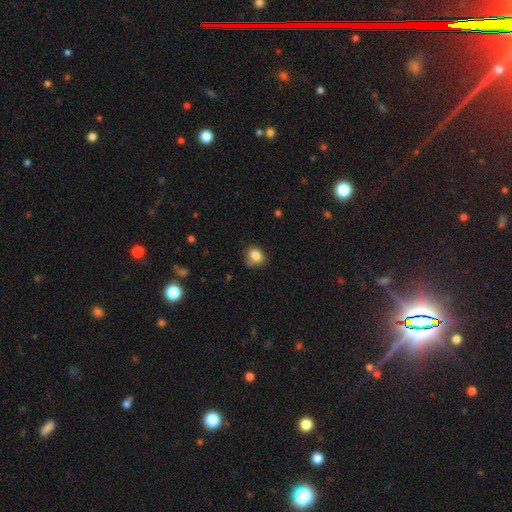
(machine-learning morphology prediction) Smooth or featured: smooth — 83% (star or artifact — 10%)
How rounded: round — 54% (in between — 45%)
Merging: none — 65% (minor disturbance — 23%)